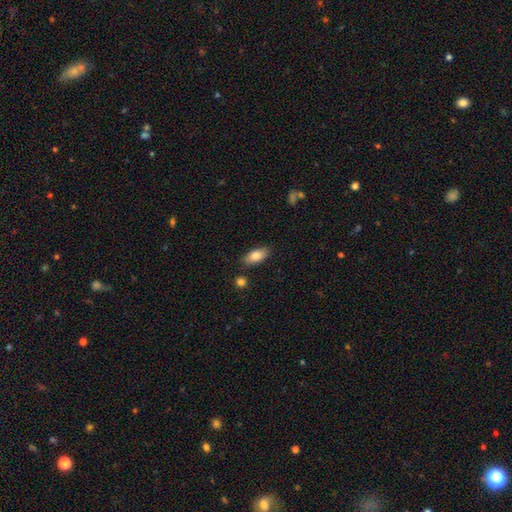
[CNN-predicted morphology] Overall: smooth (82%). How rounded: in between (88%). Merging: none (84%).